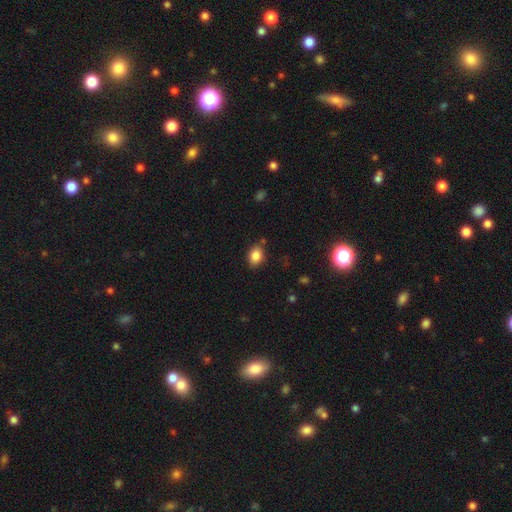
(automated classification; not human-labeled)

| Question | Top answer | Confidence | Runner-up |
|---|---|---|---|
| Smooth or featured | smooth | 84% | star or artifact (10%) |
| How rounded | in between | 65% | round (34%) |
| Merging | none | 80% | minor disturbance (14%) |